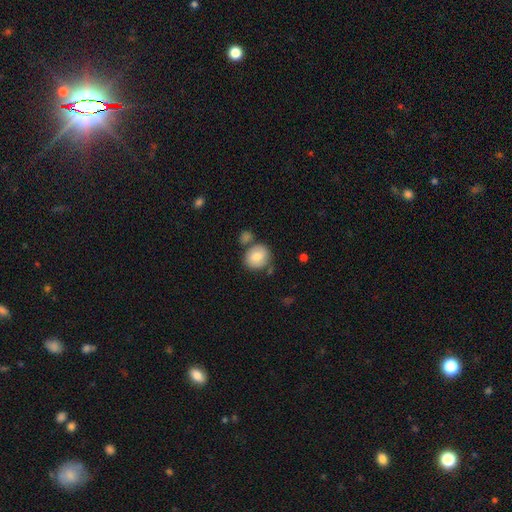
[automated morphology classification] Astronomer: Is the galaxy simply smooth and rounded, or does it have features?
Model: smooth — 80%.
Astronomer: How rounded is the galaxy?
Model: round — 82%.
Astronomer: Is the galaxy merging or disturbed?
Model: none — 67%.